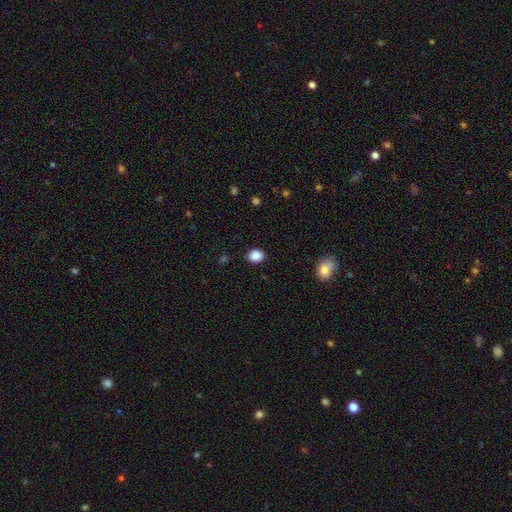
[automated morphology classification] Smooth or featured? smooth (88%)
How rounded? round (58%)
Merging? none (87%)